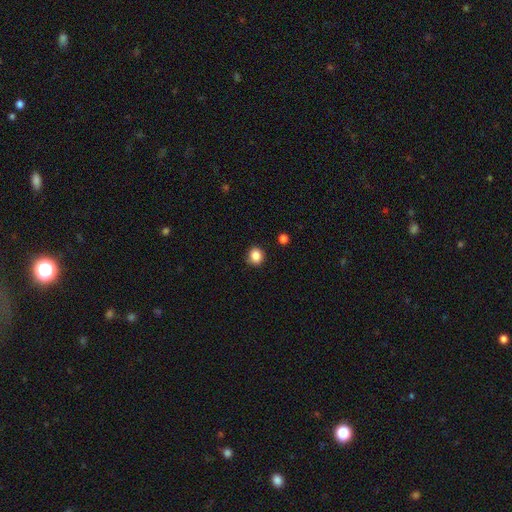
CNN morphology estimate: smooth 86%, star or artifact 10%, featured or disk 4%. Down the decision tree: how rounded — round (85%); merging — none (88%).